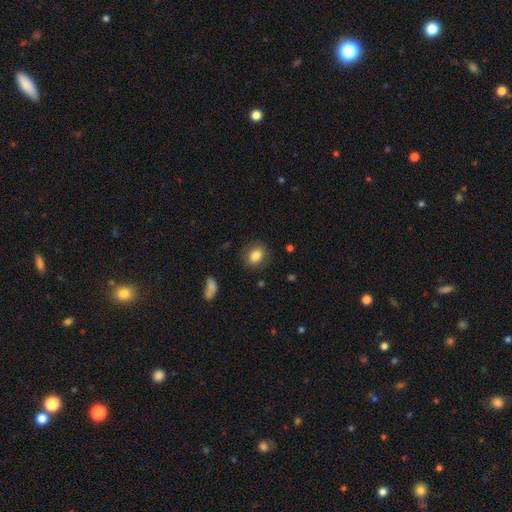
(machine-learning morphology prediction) type=smooth (82%); roundness=in between (53%); merging=none (84%).